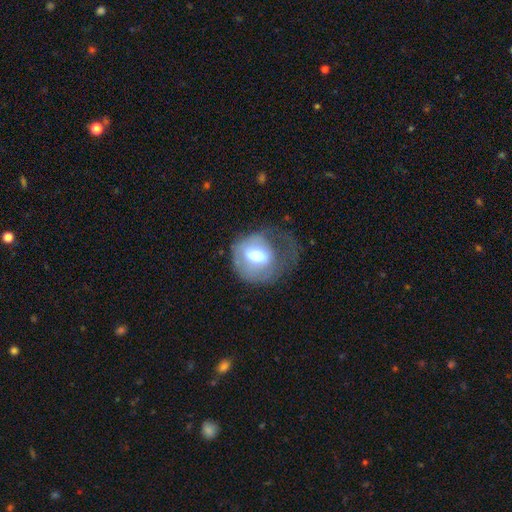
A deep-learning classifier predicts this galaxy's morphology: smooth 53%, featured or disk 38%, star or artifact 8%. Down the decision tree: how rounded — round (64%); merging — major disturbance (46%).